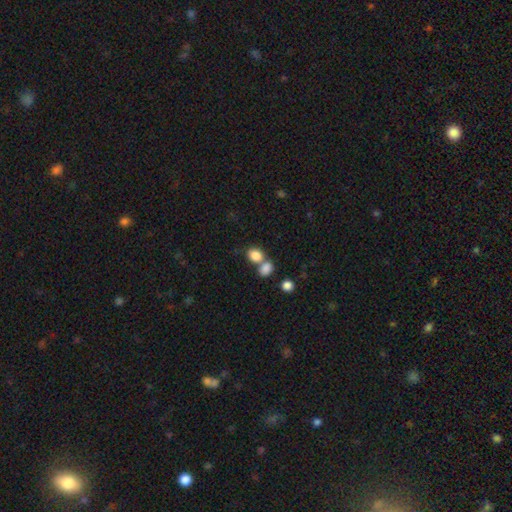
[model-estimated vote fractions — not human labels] This appears to be a smooth galaxy with no disk features (84%) that is round (51%). Merging: merger (50%).